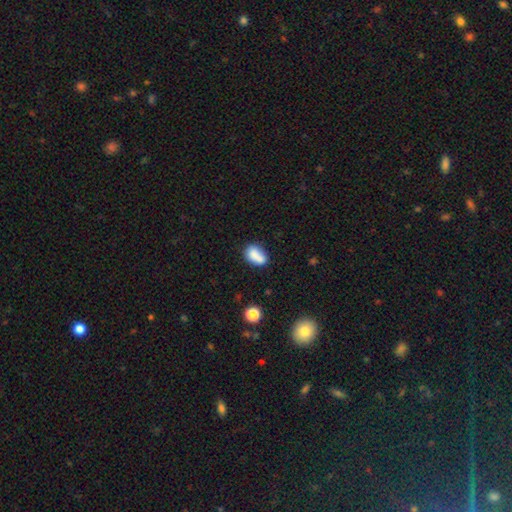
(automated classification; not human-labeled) This appears to be a smooth galaxy with no disk features (77%) that is in between round and cigar-shaped (80%). Merging: none (45%).